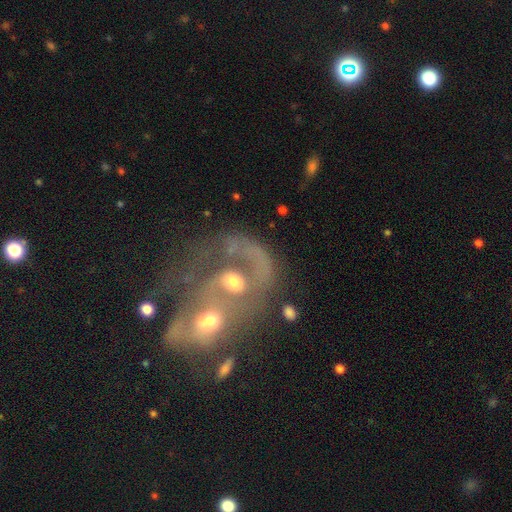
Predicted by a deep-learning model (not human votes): Overall: featured or disk (71%). Edge-on disk: no (97%). Bar: no (70%). Spiral arms: yes (66%; no 34%). Bulge size: moderate (60%; small 25%). Merging: merger (76%).